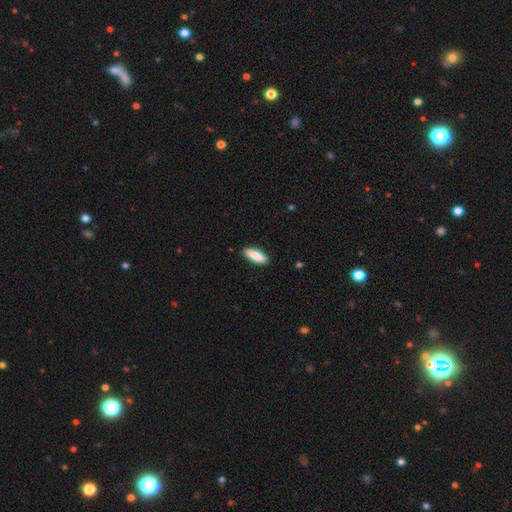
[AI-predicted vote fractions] Smooth or featured?
  - smooth: 85% *
  - featured or disk: 9%
  - star or artifact: 5%
How rounded?
  - in between: 61% *
  - cigar-shaped: 37%
  - round: 2%
Merging?
  - none: 90% *
  - minor disturbance: 7%
  - major disturbance: 2%
  - merger: 1%